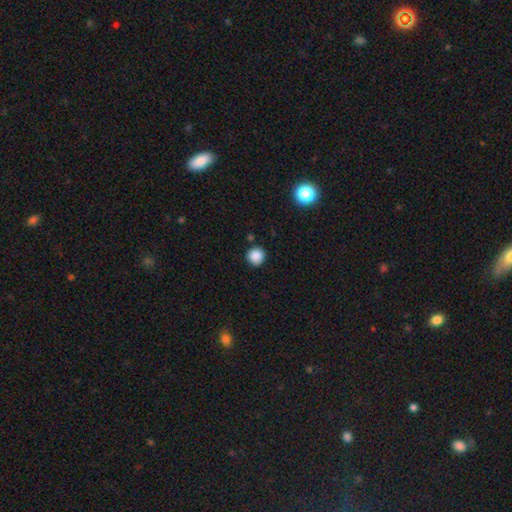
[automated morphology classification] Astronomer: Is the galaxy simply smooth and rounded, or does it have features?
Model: smooth — 87%.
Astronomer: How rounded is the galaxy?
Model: round — 95%.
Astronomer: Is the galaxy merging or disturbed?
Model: none — 90%.